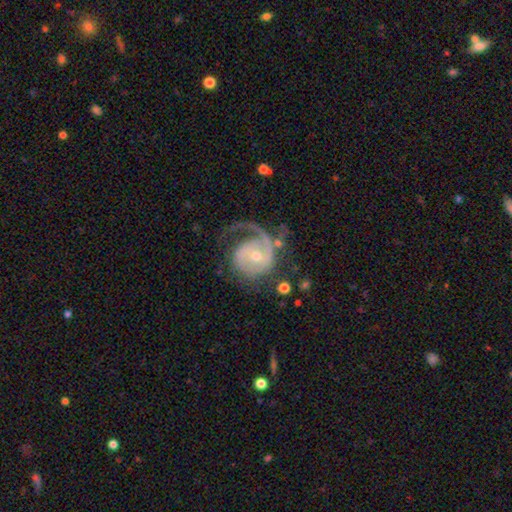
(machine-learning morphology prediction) A featured or disk galaxy (84%) with no bar (60%), 1 (59%) medium (40%) spiral arms (93%) and a small central bulge (50%).

Vote fractions:
- Smooth or featured? featured or disk: 84% / smooth: 10% / star or artifact: 6%
- Edge-on disk? no: 98% / yes: 2%
- Bar? no: 60% / weak: 32% / strong: 8%
- Spiral arms? yes: 93% / no: 7%
- Spiral winding? medium: 40% / tight: 36% / loose: 24%
- Spiral arm count? 1: 59% / 2: 27% / can't tell: 7% / 3: 3% / 4: 1% / more than 4: 1%
- Bulge size? small: 50% / moderate: 46% / large: 2% / none: 1% / dominant: 1%
- Merging? none: 46% / major disturbance: 32% / minor disturbance: 18% / merger: 4%